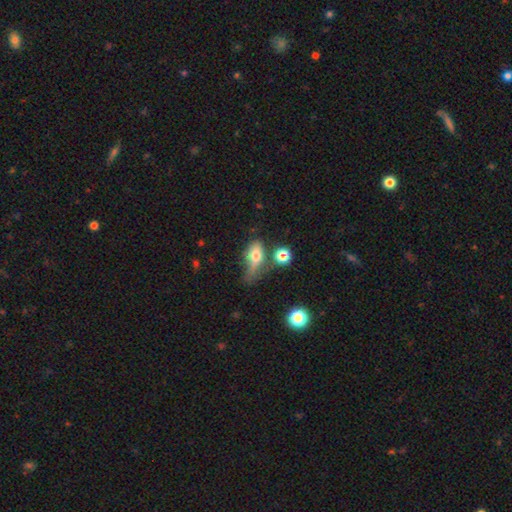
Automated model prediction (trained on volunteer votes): smooth 65%, featured or disk 24%, star or artifact 11%. Down the decision tree: how rounded — in between (73%); merging — major disturbance (29%).